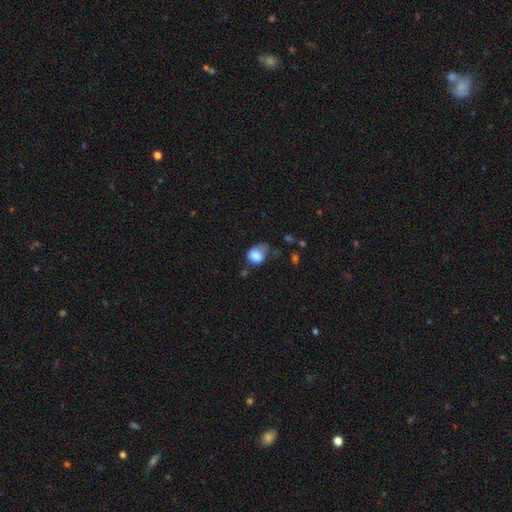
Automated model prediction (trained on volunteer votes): A smooth galaxy with no disk features (82%) that is round (56%). Merging: minor disturbance (39%).